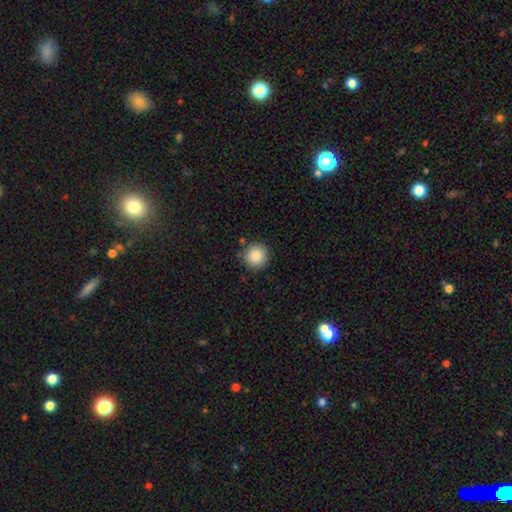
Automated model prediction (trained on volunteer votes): This is clearly a smooth galaxy (88%). How rounded: clearly round (94%). Merging: clearly none (87%).